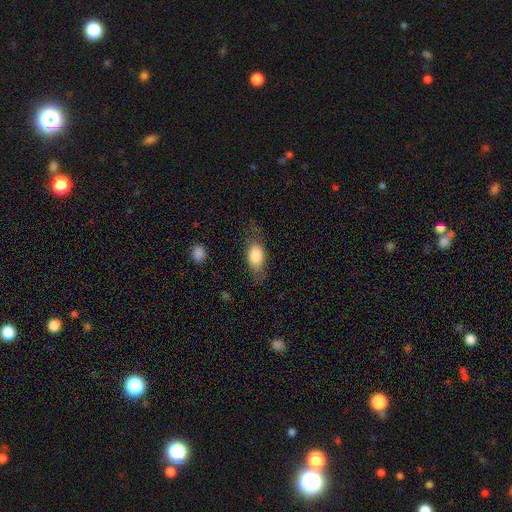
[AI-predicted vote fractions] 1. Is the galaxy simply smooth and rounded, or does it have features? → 79% smooth, 15% featured or disk, 7% star or artifact.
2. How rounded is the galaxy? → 84% in between, 9% cigar-shaped, 7% round.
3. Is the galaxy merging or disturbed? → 67% none, 21% minor disturbance, 10% major disturbance, 2% merger.